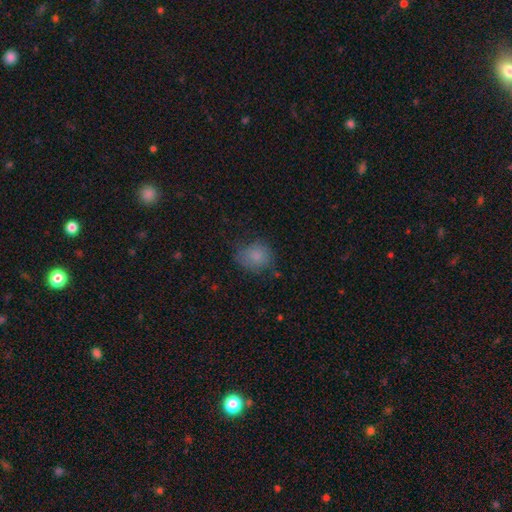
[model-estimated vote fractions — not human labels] Morphology: type=smooth (80%); roundness=round (66%); merging=none (59%).